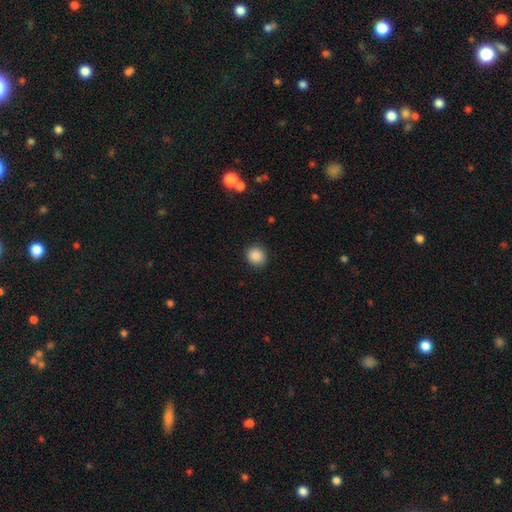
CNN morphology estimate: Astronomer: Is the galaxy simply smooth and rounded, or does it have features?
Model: smooth — 88%.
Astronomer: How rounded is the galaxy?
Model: round — 89%.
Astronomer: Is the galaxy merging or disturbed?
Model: none — 91%.